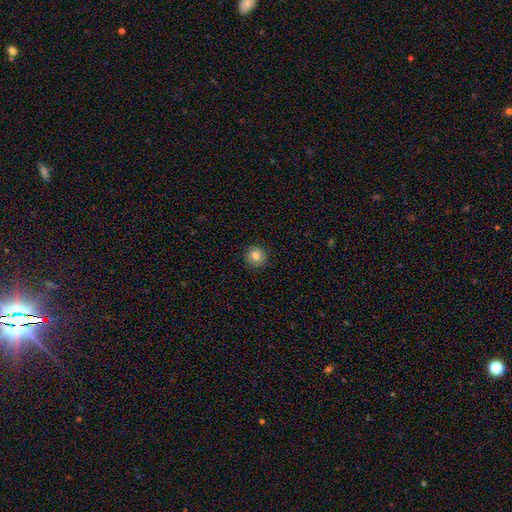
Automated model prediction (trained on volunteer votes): Overall: smooth (81%). How rounded: round (89%). Merging: none (88%).